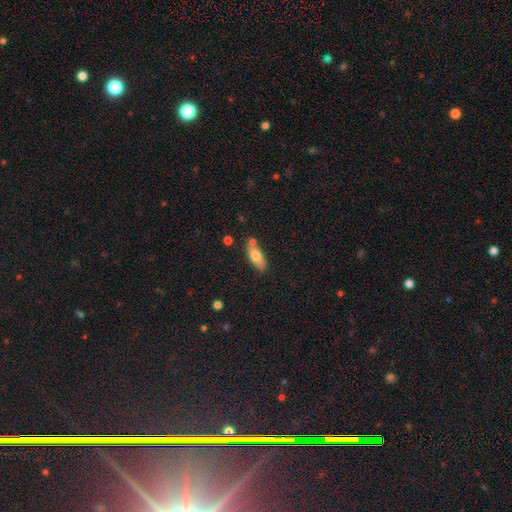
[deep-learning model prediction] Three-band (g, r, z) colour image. It shows a smooth galaxy with no disk features (72%) that is in between round and cigar-shaped (76%). Merging: none (69%).